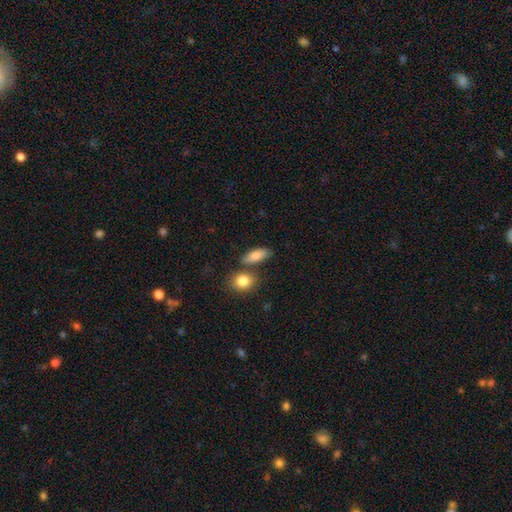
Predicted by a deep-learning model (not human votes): smooth-or-featured: smooth: 83% | featured or disk: 10% | star or artifact: 7%
  how-rounded: in between: 77% | cigar-shaped: 17% | round: 7%
  merging: none: 67% | merger: 17% | minor disturbance: 13% | major disturbance: 4%